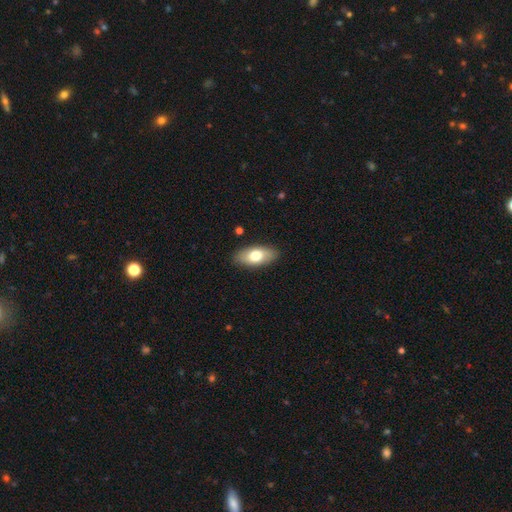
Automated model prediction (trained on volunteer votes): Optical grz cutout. It shows a smooth galaxy with no disk features (73%) that is in between round and cigar-shaped (89%). Merging: none (87%).